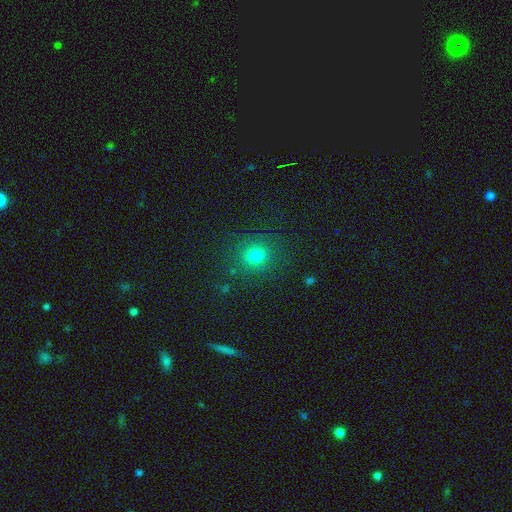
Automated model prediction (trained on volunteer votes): Smooth or featured? Predicted: smooth (p=0.76). How rounded? Predicted: round (p=0.85). Merging? Predicted: none (p=0.86).